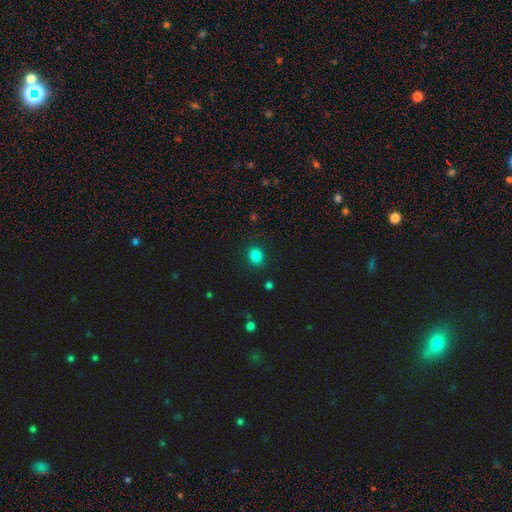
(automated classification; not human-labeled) Q: Smooth or featured?
A: smooth (83%); runner-up: star or artifact (12%)
Q: How rounded?
A: round (64%); runner-up: in between (35%)
Q: Merging?
A: none (88%); runner-up: minor disturbance (7%)